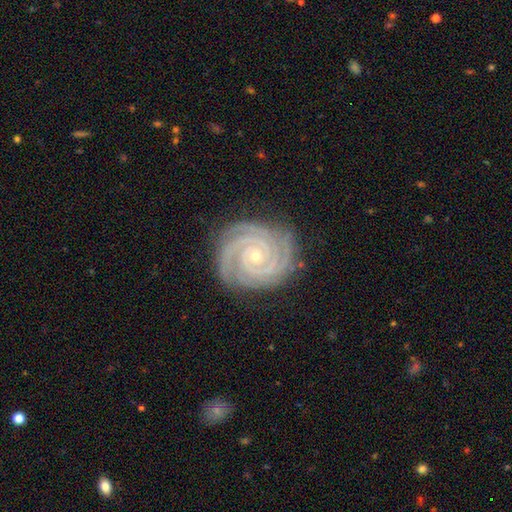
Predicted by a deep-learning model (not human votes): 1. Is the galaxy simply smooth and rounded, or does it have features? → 93% featured or disk, 5% star or artifact, 2% smooth.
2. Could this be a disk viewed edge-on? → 98% no, 2% yes.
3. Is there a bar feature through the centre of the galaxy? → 75% no, 15% weak, 11% strong.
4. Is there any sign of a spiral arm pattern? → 99% yes, 1% no.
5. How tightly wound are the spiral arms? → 88% tight, 10% medium, 1% loose.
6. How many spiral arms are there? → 38% 2, 30% 3, 13% 4, 7% can't tell, 6% more than 4, 5% 1.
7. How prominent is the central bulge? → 83% small, 15% moderate, 1% none, 1% large, 1% dominant.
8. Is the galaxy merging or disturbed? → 84% none, 12% minor disturbance, 3% major disturbance, 1% merger.